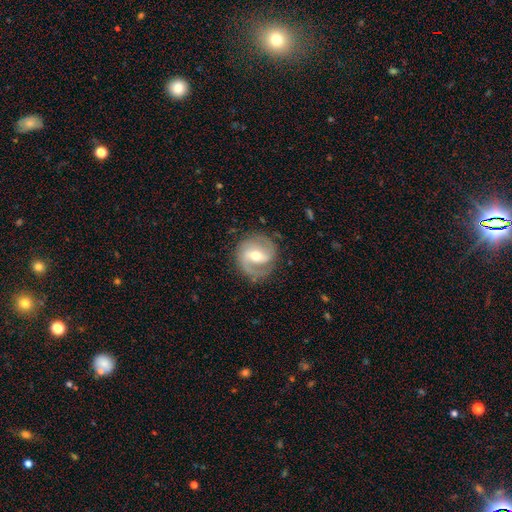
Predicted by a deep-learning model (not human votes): A featured or disk galaxy (81%) with a weak bar (49%), 2 (81%) medium (49%) spiral arms (93%) and a moderate central bulge (66%). Merging: none (79%).